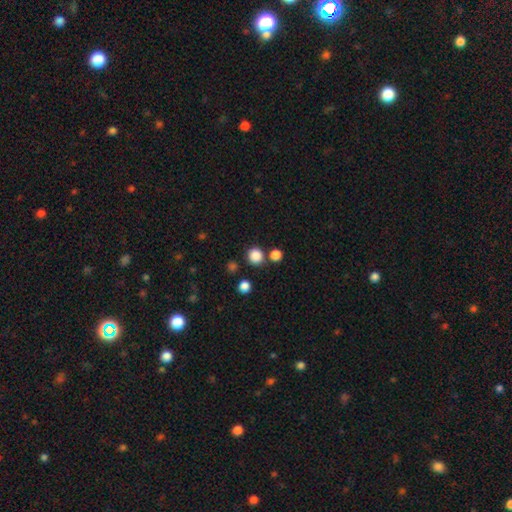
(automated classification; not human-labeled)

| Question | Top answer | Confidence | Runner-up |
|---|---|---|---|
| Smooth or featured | smooth | 84% | star or artifact (12%) |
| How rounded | round | 92% | in between (7%) |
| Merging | none | 81% | merger (10%) |